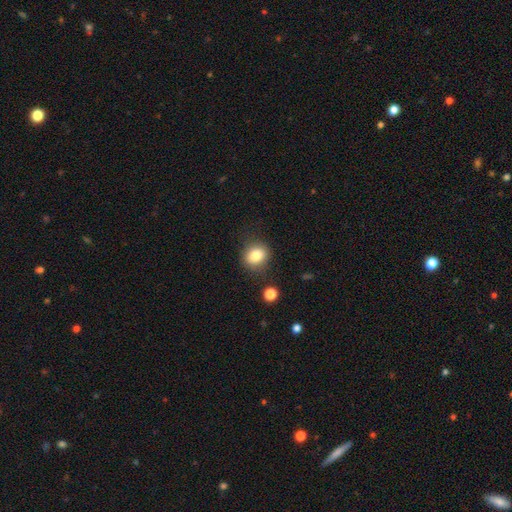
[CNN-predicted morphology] A smooth galaxy with no disk features (82%) that is round (62%).

Vote fractions:
- Smooth or featured? smooth: 82% / star or artifact: 10% / featured or disk: 7%
- How rounded? round: 62% / in between: 37% / cigar-shaped: 1%
- Merging? none: 81% / minor disturbance: 12% / major disturbance: 4% / merger: 3%